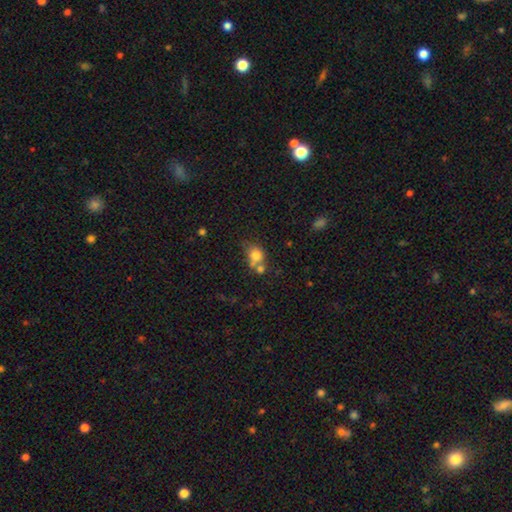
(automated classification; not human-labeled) Morphology: type=smooth (77%); roundness=round (63%); merging=none (40%).